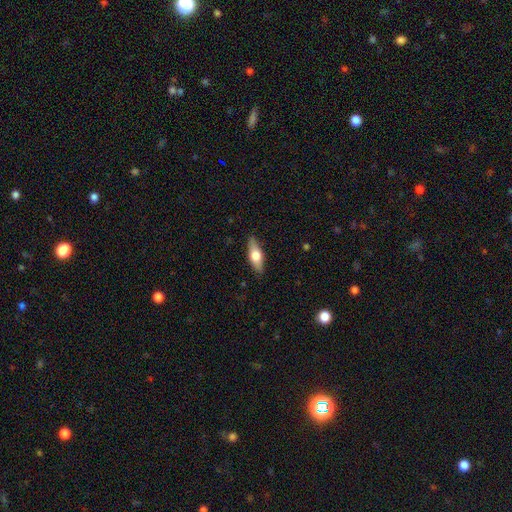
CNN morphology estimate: A smooth galaxy with no disk features (56%) that is in between round and cigar-shaped (64%).

Vote fractions:
- Smooth or featured? smooth: 56% / featured or disk: 39% / star or artifact: 6%
- How rounded? in between: 64% / cigar-shaped: 33% / round: 3%
- Merging? none: 87% / minor disturbance: 10% / major disturbance: 2% / merger: 1%